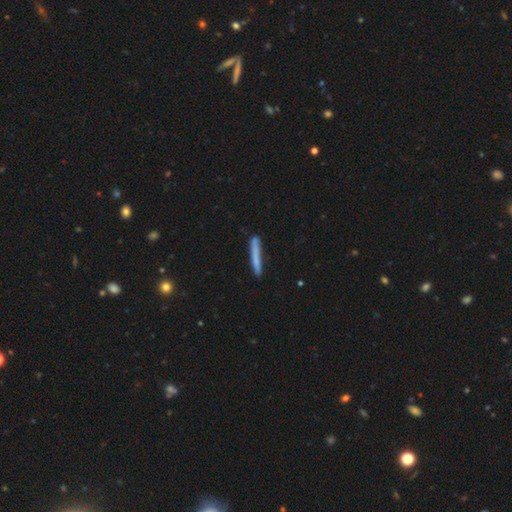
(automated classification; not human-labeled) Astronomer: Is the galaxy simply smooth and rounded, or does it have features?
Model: smooth — 70%.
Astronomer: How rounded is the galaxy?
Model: cigar-shaped — 96%.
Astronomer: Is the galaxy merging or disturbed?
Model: none — 83%.